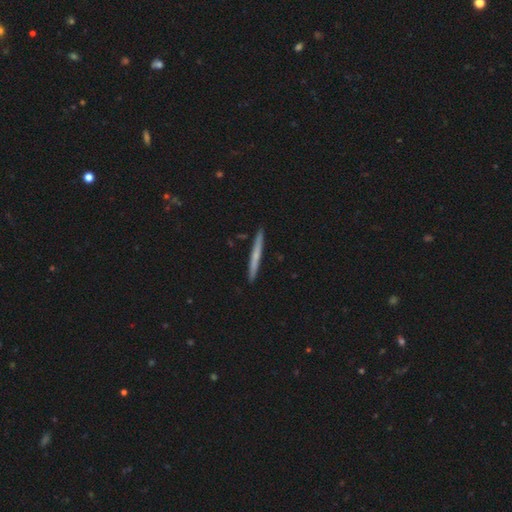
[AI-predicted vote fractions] smooth 48%, featured or disk 46%, star or artifact 6%. Down the decision tree: merging — none (92%).